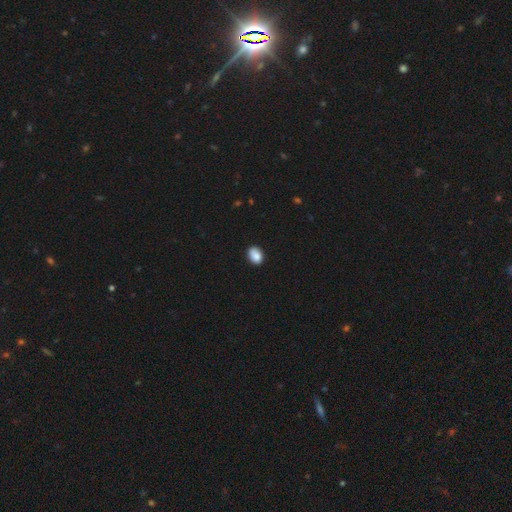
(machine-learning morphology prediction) Smooth or featured: smooth — 87% (star or artifact — 8%)
How rounded: in between — 75% (round — 24%)
Merging: none — 82% (minor disturbance — 14%)